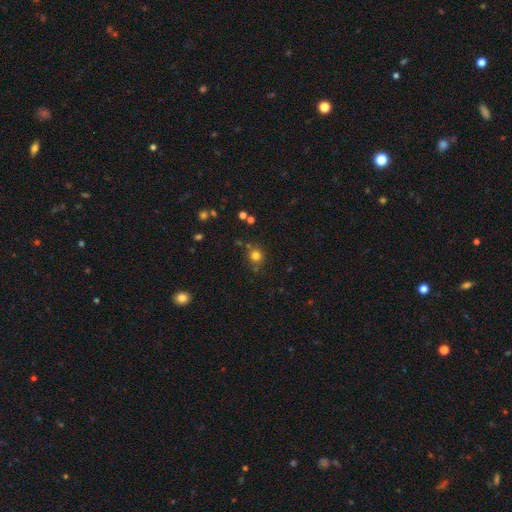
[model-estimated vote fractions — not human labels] smooth_or_featured: smooth (p=0.78) [alt: star or artifact p=0.16]
how_rounded: round (p=0.89) [alt: in between p=0.10]
merging: none (p=0.78) [alt: minor disturbance p=0.11]